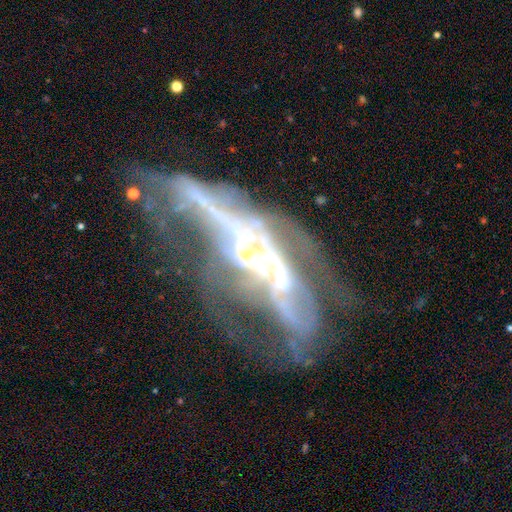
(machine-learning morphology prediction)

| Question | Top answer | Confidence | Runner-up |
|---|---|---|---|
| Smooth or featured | featured or disk | 74% | star or artifact (15%) |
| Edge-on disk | no | 71% | yes (29%) |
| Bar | no | 73% | weak (14%) |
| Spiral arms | no | 66% | yes (34%) |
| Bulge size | small | 41% | none (27%) |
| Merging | major disturbance | 36% | merger (31%) |